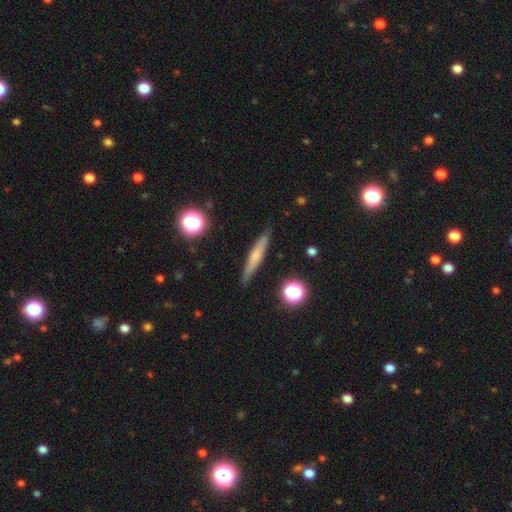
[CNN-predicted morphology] smooth 54%, featured or disk 37%, star or artifact 9%. Down the decision tree: how rounded — cigar-shaped (91%); merging — none (88%).